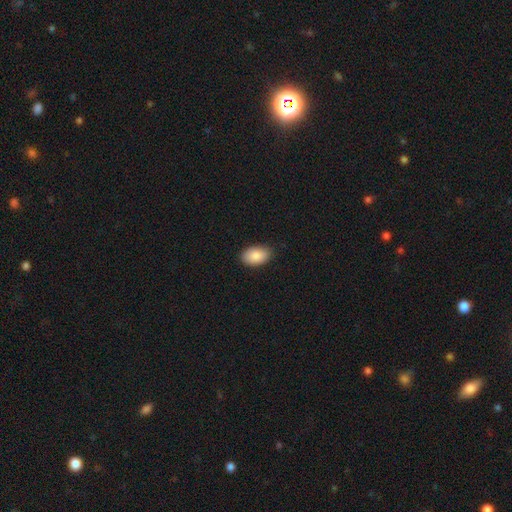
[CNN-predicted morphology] A smooth galaxy with no disk features (88%) that is in between round and cigar-shaped (92%).

Vote fractions:
- Smooth or featured? smooth: 88% / star or artifact: 6% / featured or disk: 6%
- How rounded? in between: 92% / round: 6% / cigar-shaped: 1%
- Merging? none: 86% / minor disturbance: 11% / major disturbance: 2% / merger: 1%